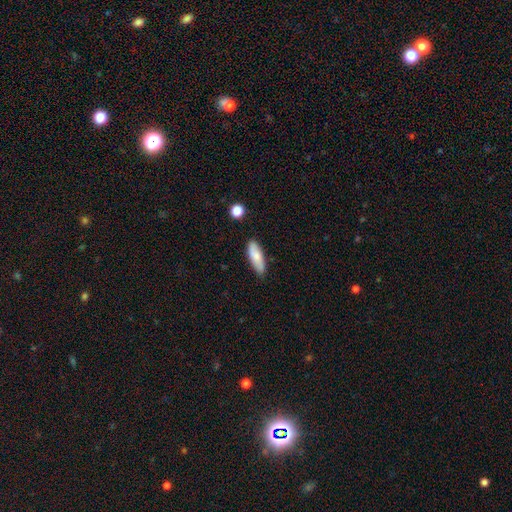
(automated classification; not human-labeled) Smooth or featured: smooth — 75% (featured or disk — 19%)
How rounded: in between — 64% (cigar-shaped — 34%)
Merging: none — 81% (minor disturbance — 14%)